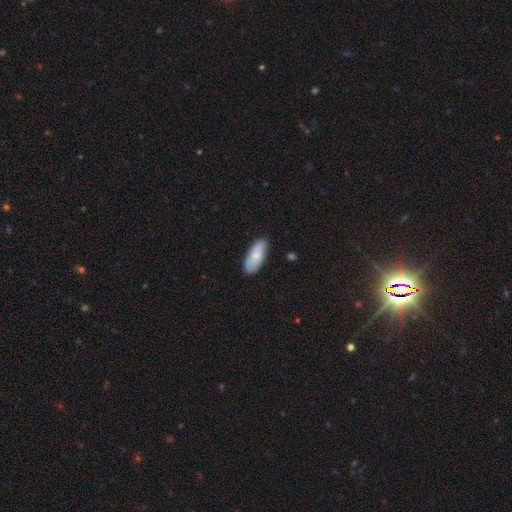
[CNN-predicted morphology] smooth-or-featured: smooth: 76% | featured or disk: 18% | star or artifact: 6%
  how-rounded: in between: 82% | cigar-shaped: 16% | round: 2%
  merging: none: 79% | minor disturbance: 16% | major disturbance: 3% | merger: 2%